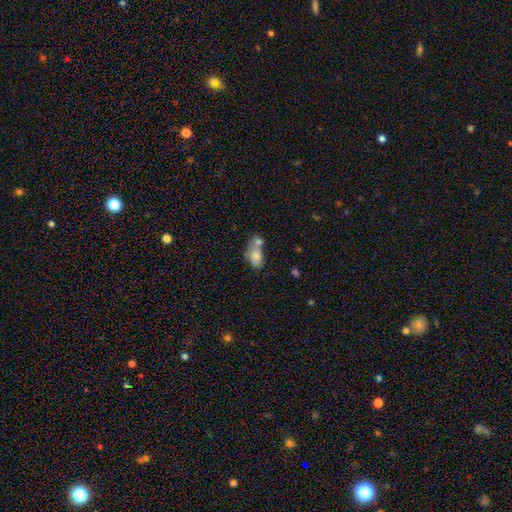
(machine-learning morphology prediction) Smooth or featured?
  - smooth: 73% *
  - featured or disk: 19%
  - star or artifact: 8%
How rounded?
  - in between: 83% *
  - round: 14%
  - cigar-shaped: 2%
Merging?
  - merger: 56% *
  - none: 24%
  - minor disturbance: 13%
  - major disturbance: 7%